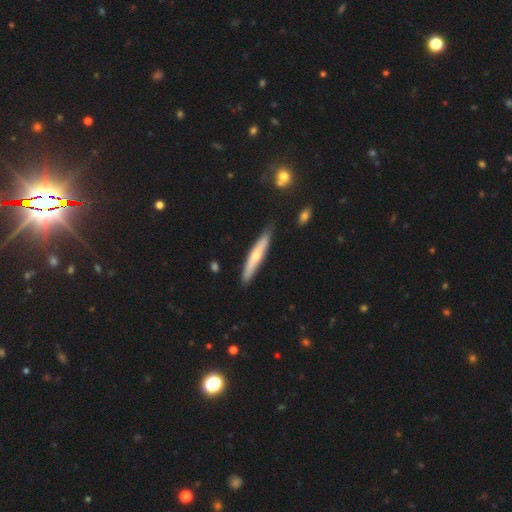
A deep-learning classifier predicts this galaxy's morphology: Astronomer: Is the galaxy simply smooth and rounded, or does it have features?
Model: featured or disk — 52% (runner-up: smooth, 41%).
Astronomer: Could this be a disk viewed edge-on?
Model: yes — 88%.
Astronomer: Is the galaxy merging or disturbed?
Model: none — 85%.